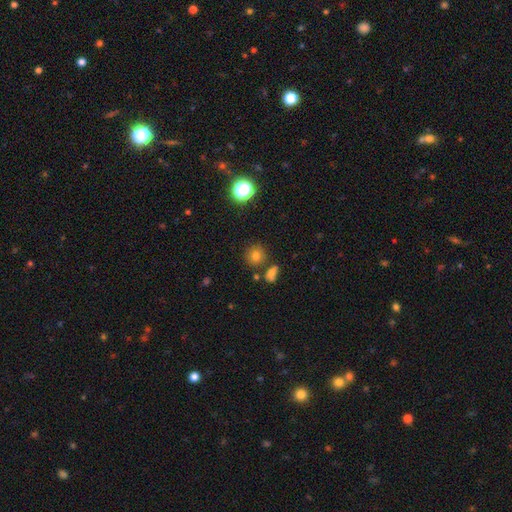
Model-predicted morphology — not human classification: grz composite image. It shows a smooth galaxy with no disk features (74%) that is round (87%). Merging: none (76%).